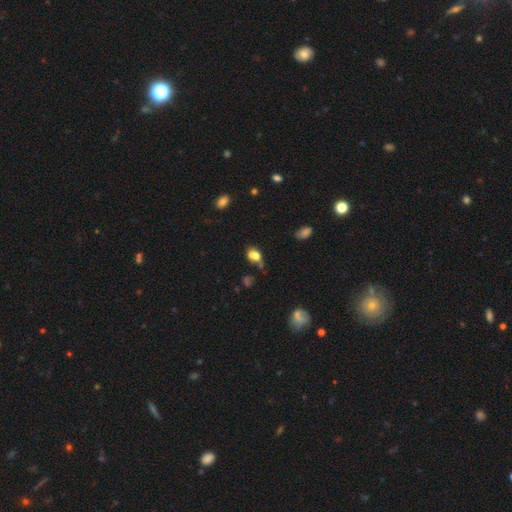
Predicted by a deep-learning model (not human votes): Smooth or featured: smooth — 76% (star or artifact — 12%)
How rounded: in between — 70% (round — 28%)
Merging: none — 40% (minor disturbance — 25%)